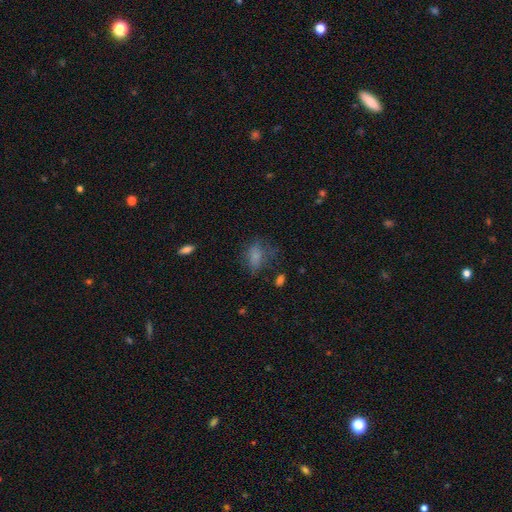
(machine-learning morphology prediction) Smooth or featured?
  - smooth: 73% *
  - star or artifact: 14%
  - featured or disk: 13%
How rounded?
  - in between: 75% *
  - round: 22%
  - cigar-shaped: 3%
Merging?
  - none: 49% *
  - minor disturbance: 26%
  - major disturbance: 21%
  - merger: 4%